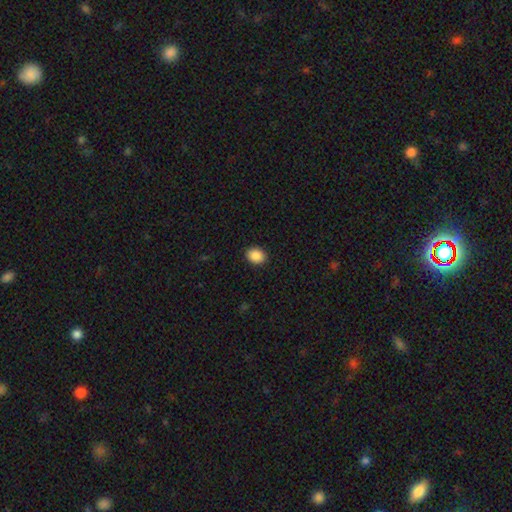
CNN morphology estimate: The model was most divided on "how rounded": in between: 53%, round: 46%, cigar-shaped: 1%. More confident: merging — none (90%); smooth or featured — smooth (89%).